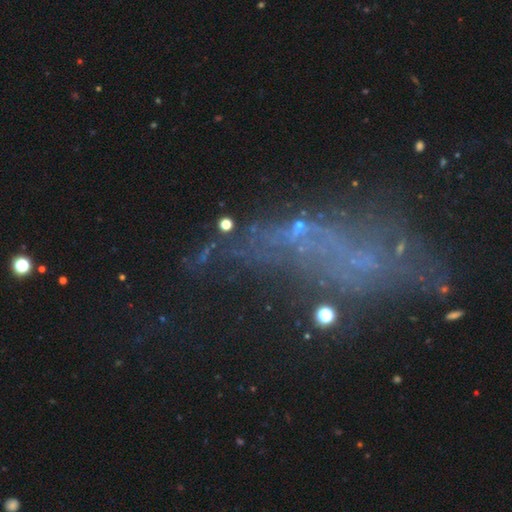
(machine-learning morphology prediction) Smooth or featured? featured or disk (42%)
Merging? none (37%)